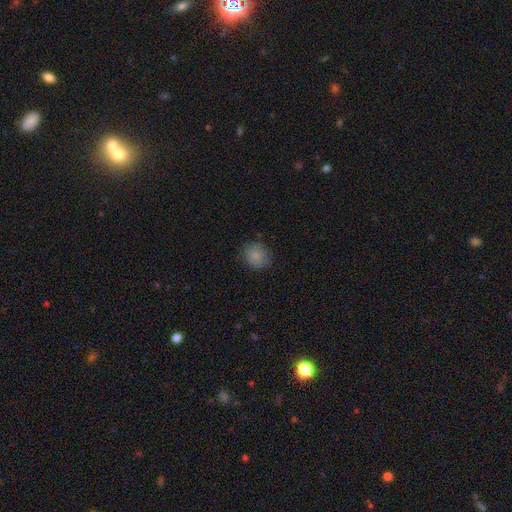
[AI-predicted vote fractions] smooth_or_featured: smooth (p=0.84) [alt: star or artifact p=0.09]
how_rounded: round (p=0.76) [alt: in between p=0.23]
merging: none (p=0.81) [alt: minor disturbance p=0.14]